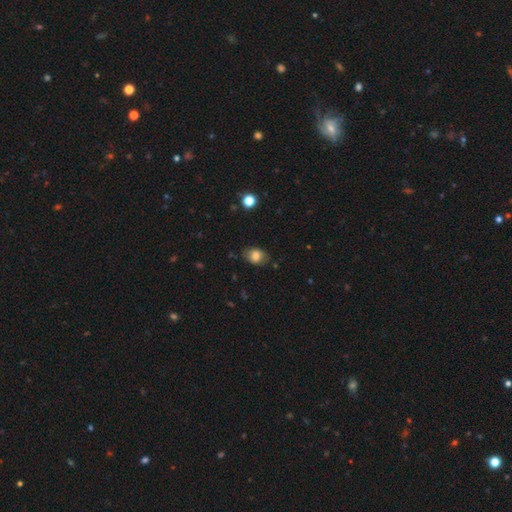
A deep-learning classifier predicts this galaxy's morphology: smooth 79%, featured or disk 12%, star or artifact 9%. Down the decision tree: how rounded — in between (69%); merging — none (79%).